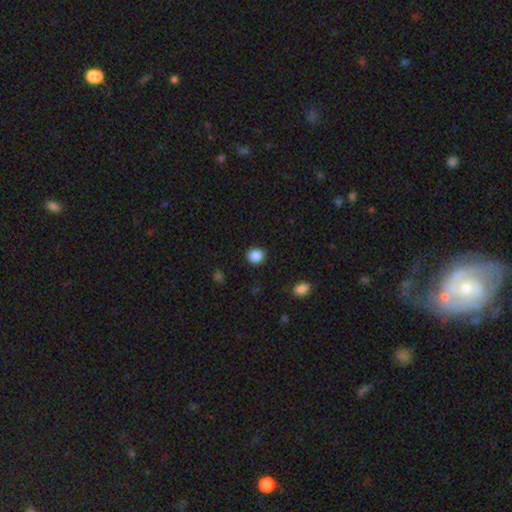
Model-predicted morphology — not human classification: A smooth galaxy with no disk features (87%) that is round (77%). Merging: none (89%).